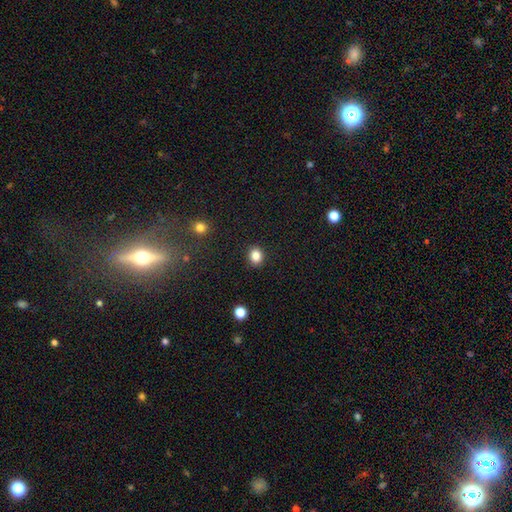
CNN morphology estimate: smooth-or-featured: smooth: 85% | star or artifact: 11% | featured or disk: 4%
  how-rounded: round: 64% | in between: 35% | cigar-shaped: 1%
  merging: none: 90% | minor disturbance: 7% | major disturbance: 2% | merger: 1%